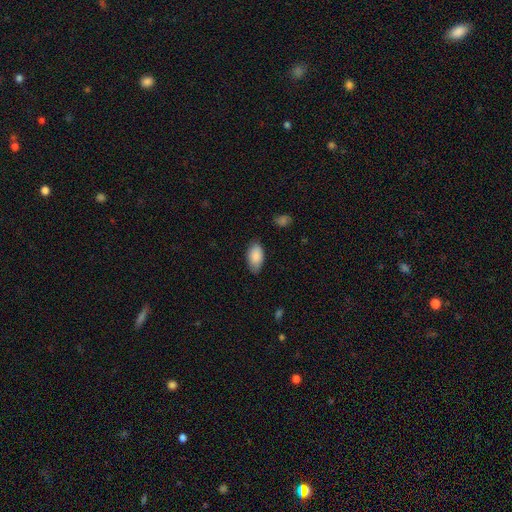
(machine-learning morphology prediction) Overall: smooth (88%). How rounded: in between (94%). Merging: none (77%).